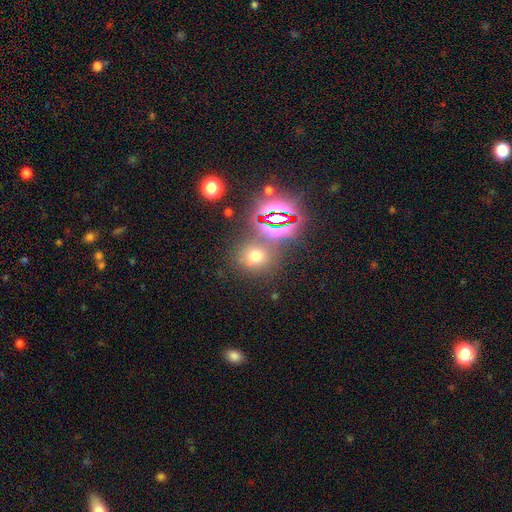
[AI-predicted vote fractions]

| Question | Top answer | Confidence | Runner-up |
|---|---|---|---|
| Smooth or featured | smooth | 58% | star or artifact (32%) |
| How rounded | round | 80% | in between (19%) |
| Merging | none | 73% | merger (13%) |